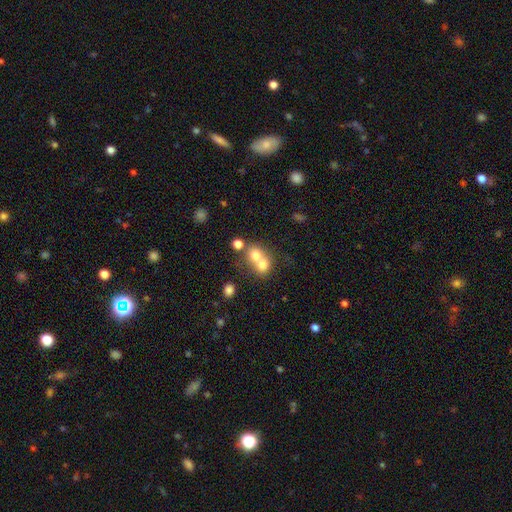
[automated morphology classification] Q: Smooth or featured?
A: smooth (70%); runner-up: featured or disk (18%)
Q: How rounded?
A: round (73%); runner-up: in between (26%)
Q: Merging?
A: merger (66%); runner-up: none (26%)